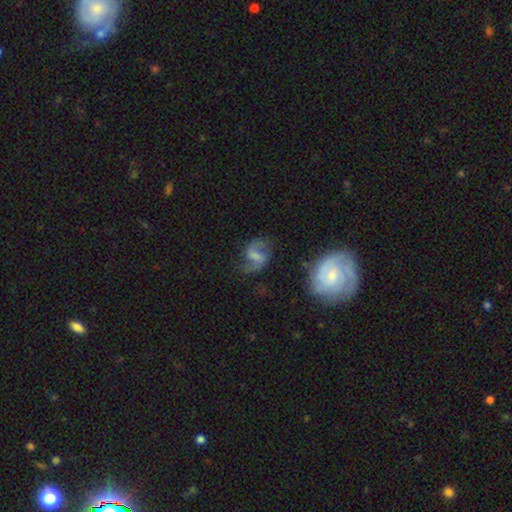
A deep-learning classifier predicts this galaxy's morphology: Smooth or featured?
  - featured or disk: 72% *
  - smooth: 20%
  - star or artifact: 8%
Edge-on disk?
  - no: 97% *
  - yes: 3%
Bar?
  - weak: 51% *
  - strong: 31%
  - no: 18%
Spiral arms?
  - yes: 90% *
  - no: 10%
Spiral winding?
  - loose: 48% *
  - medium: 42%
  - tight: 10%
Spiral arm count?
  - 2: 88% *
  - can't tell: 5%
  - 1: 4%
  - 3: 1%
  - 4: 1%
  - more than 4: 1%
Bulge size?
  - none: 41% *
  - moderate: 25%
  - small: 24%
  - large: 9%
  - dominant: 2%
Merging?
  - none: 62% *
  - minor disturbance: 20%
  - major disturbance: 14%
  - merger: 4%